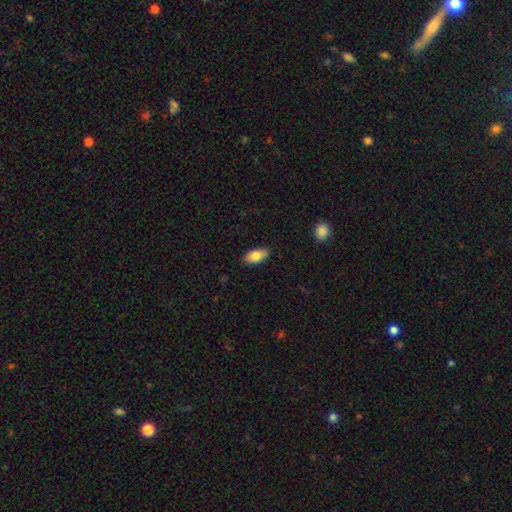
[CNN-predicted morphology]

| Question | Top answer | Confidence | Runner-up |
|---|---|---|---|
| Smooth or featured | smooth | 82% | featured or disk (12%) |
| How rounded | in between | 91% | cigar-shaped (6%) |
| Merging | none | 88% | minor disturbance (9%) |